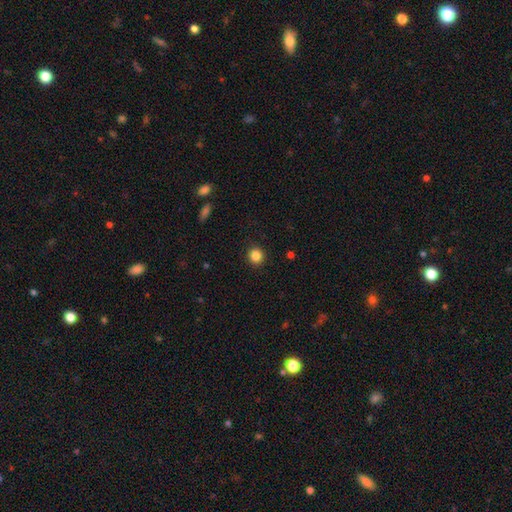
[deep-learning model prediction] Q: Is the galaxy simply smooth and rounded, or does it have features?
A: smooth — 85%.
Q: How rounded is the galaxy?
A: round — 92%.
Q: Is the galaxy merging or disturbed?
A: none — 92%.